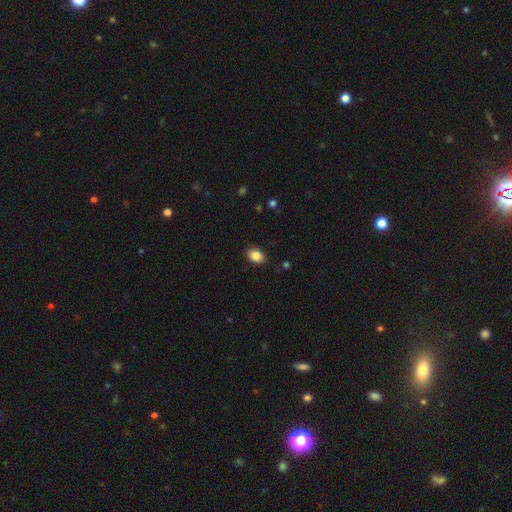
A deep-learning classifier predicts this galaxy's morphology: Q: Smooth or featured?
A: smooth (85%); runner-up: star or artifact (8%)
Q: How rounded?
A: in between (79%); runner-up: round (20%)
Q: Merging?
A: none (87%); runner-up: minor disturbance (10%)